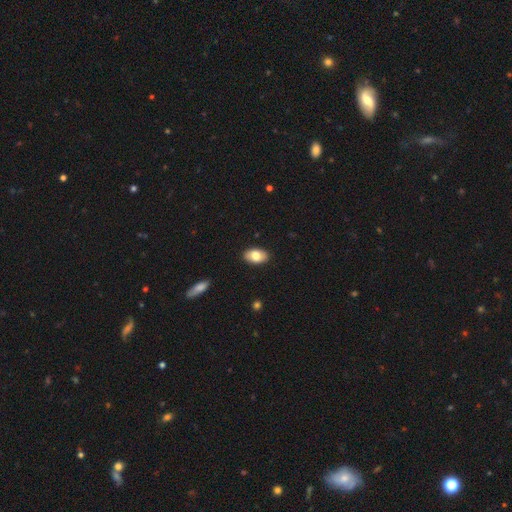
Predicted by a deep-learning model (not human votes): Smooth or featured: smooth — 79% (featured or disk — 14%)
How rounded: in between — 93% (round — 6%)
Merging: none — 89% (minor disturbance — 8%)